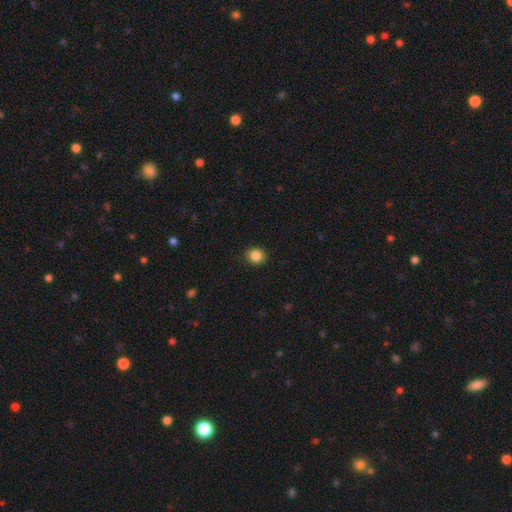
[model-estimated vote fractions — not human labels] Smooth or featured? smooth (86%)
How rounded? round (89%)
Merging? none (90%)